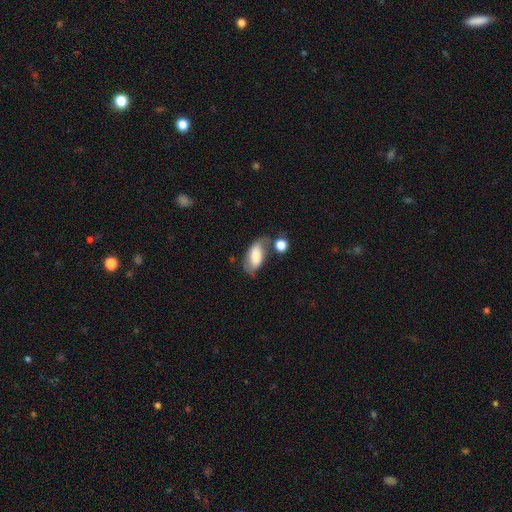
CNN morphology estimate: Smooth or featured?
  - smooth: 69% *
  - featured or disk: 23%
  - star or artifact: 8%
How rounded?
  - in between: 92% *
  - cigar-shaped: 4%
  - round: 4%
Merging?
  - none: 44% *
  - minor disturbance: 24%
  - merger: 18%
  - major disturbance: 13%